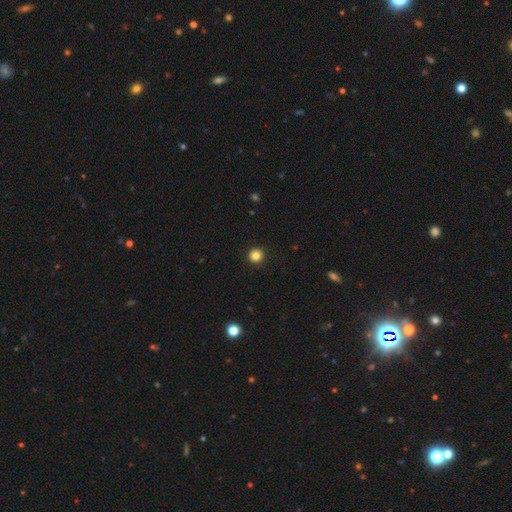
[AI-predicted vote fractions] A smooth galaxy with no disk features (84%) that is round (95%). Merging: none (93%).